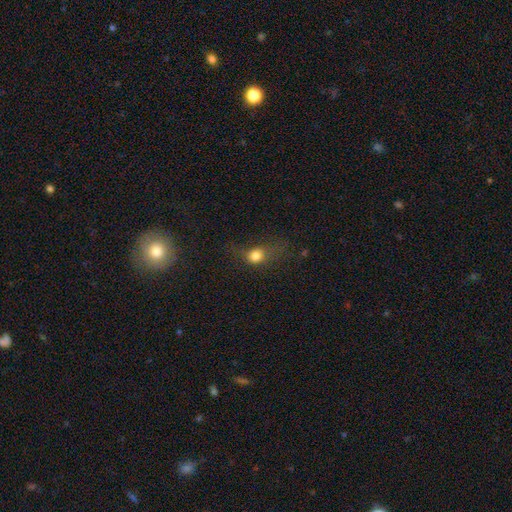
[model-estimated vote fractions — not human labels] This appears to be a smooth galaxy with no disk features (74%) that is round (59%). Merging: none (41%).